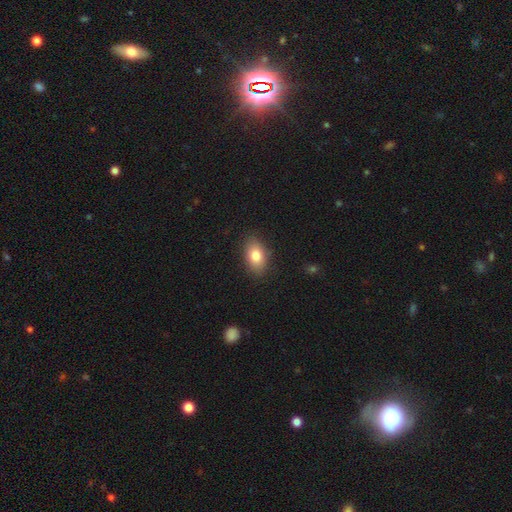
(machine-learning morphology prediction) smooth 81%, featured or disk 11%, star or artifact 8%. Down the decision tree: how rounded — in between (88%); merging — none (85%).